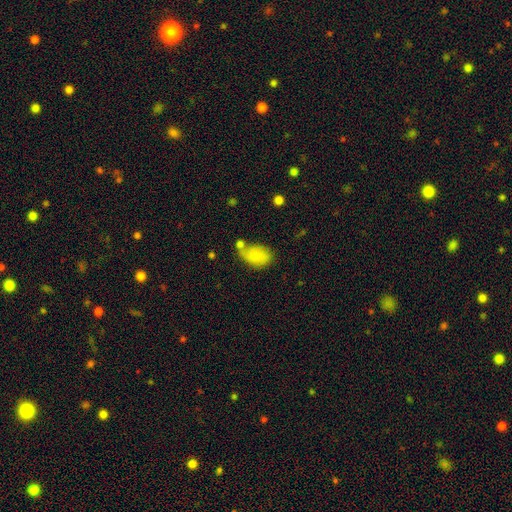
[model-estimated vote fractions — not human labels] Overall: smooth (79%). How rounded: in between (85%). Merging: none (47%; minor disturbance 23%).